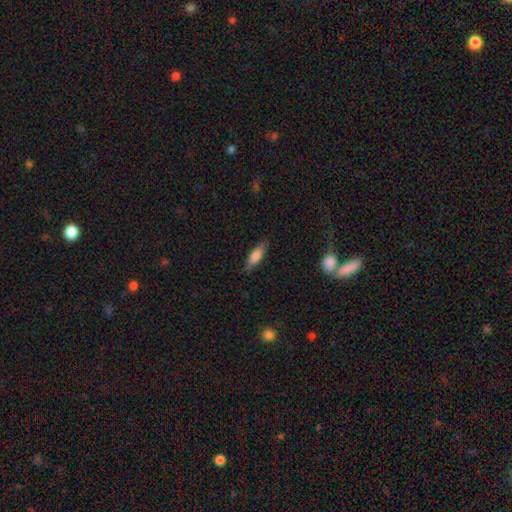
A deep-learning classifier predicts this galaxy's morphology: The model was most divided on "how rounded" (2-way tie): in between: 49%, cigar-shaped: 49%, round: 2%. More confident: merging — none (80%); smooth or featured — smooth (68%).